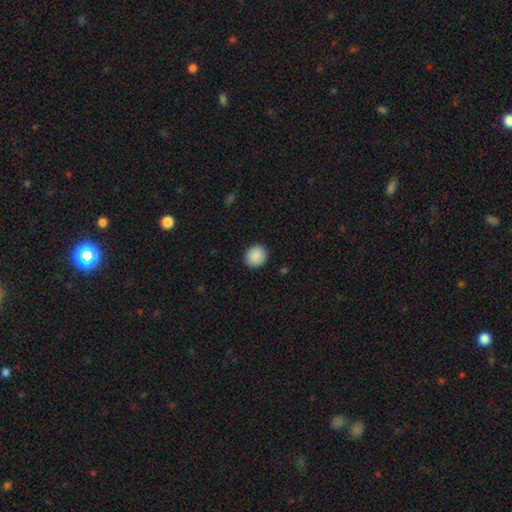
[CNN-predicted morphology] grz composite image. It shows a smooth galaxy with no disk features (90%) that is round (85%). Merging: none (91%).